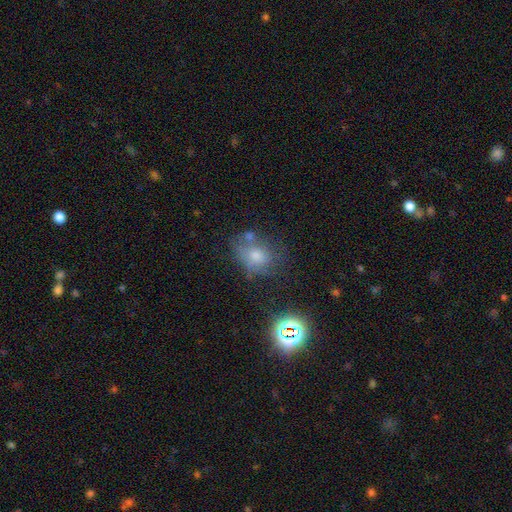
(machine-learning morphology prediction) This is likely a smooth galaxy (61%). How rounded: possibly in between (53%). Merging: possibly none (47%).